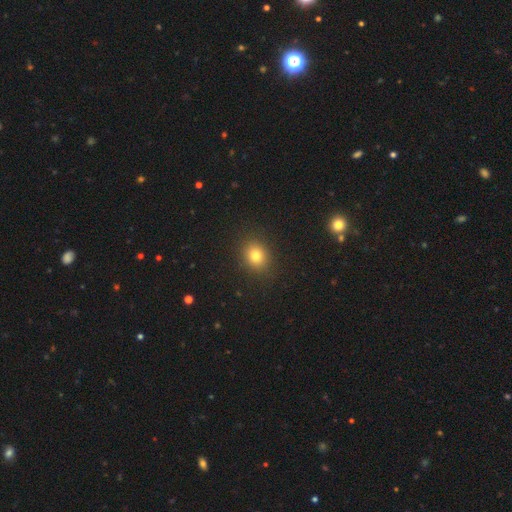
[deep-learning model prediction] This is clearly a smooth galaxy (80%). How rounded: likely round (64%). Merging: clearly none (89%).